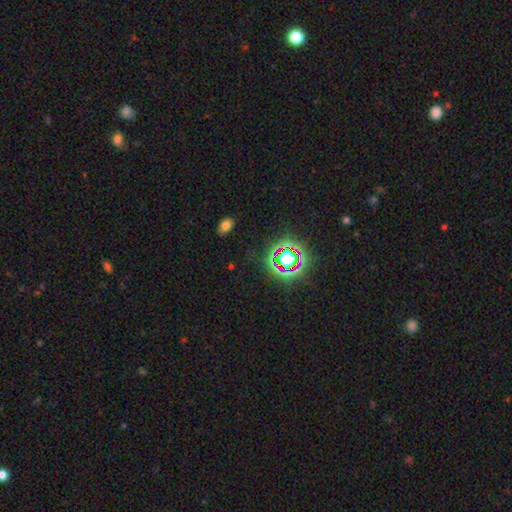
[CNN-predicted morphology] Smooth or featured? star or artifact (74%)